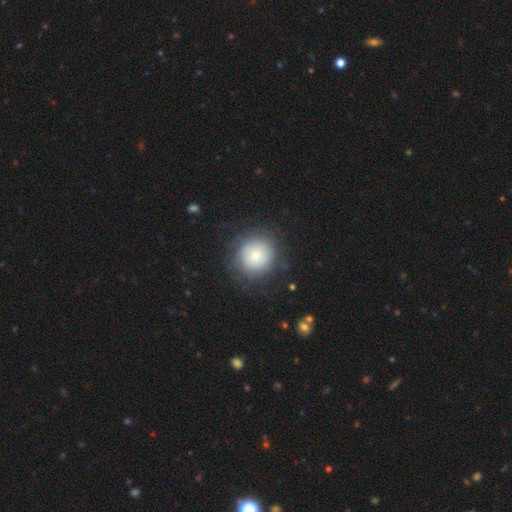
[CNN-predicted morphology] Overall: smooth (75%). How rounded: round (92%). Merging: none (78%).